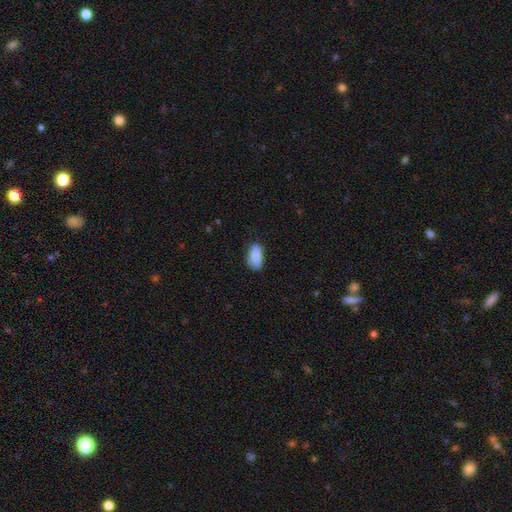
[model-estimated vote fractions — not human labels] Smooth or featured?
  - smooth: 83% *
  - featured or disk: 10%
  - star or artifact: 7%
How rounded?
  - in between: 85% *
  - cigar-shaped: 11%
  - round: 4%
Merging?
  - none: 67% *
  - minor disturbance: 26%
  - major disturbance: 6%
  - merger: 2%